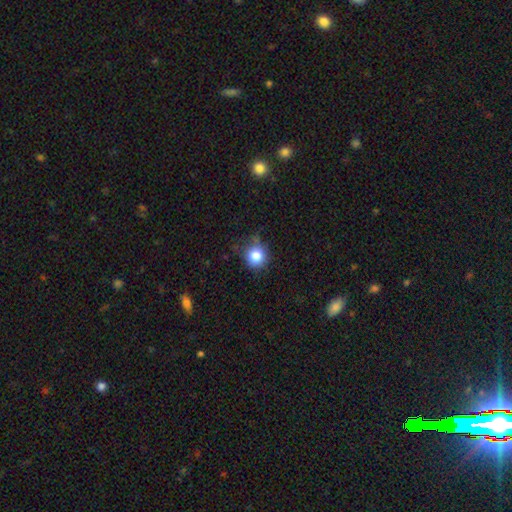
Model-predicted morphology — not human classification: Smooth or featured: smooth — 84% (star or artifact — 11%)
How rounded: round — 90% (in between — 9%)
Merging: none — 71% (minor disturbance — 22%)